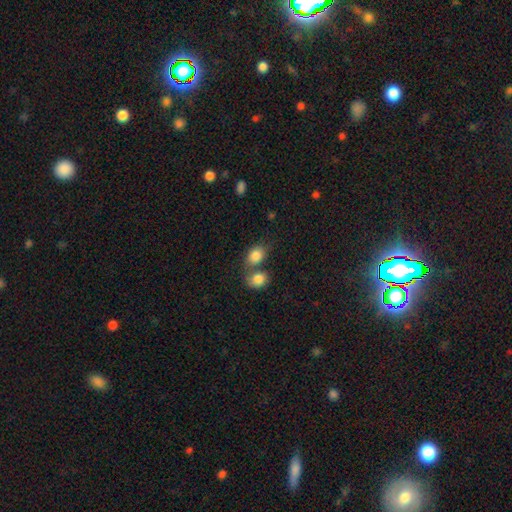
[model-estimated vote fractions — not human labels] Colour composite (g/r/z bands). It shows a smooth galaxy with no disk features (84%) that is in between round and cigar-shaped (58%). Merging: merger (45%).